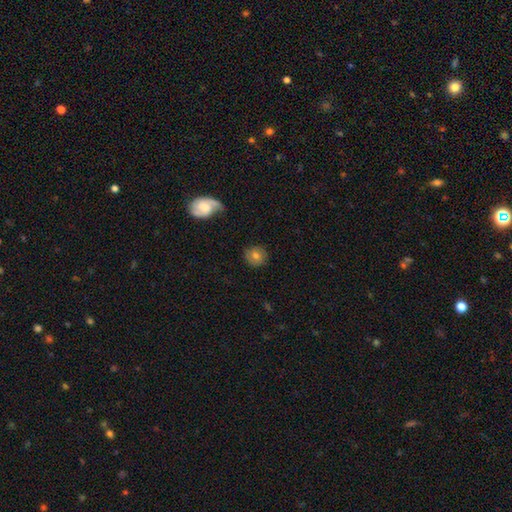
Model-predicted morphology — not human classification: Smooth or featured?
  - smooth: 72% *
  - featured or disk: 18%
  - star or artifact: 9%
How rounded?
  - round: 88% *
  - in between: 11%
  - cigar-shaped: 1%
Merging?
  - none: 83% *
  - minor disturbance: 12%
  - major disturbance: 3%
  - merger: 2%